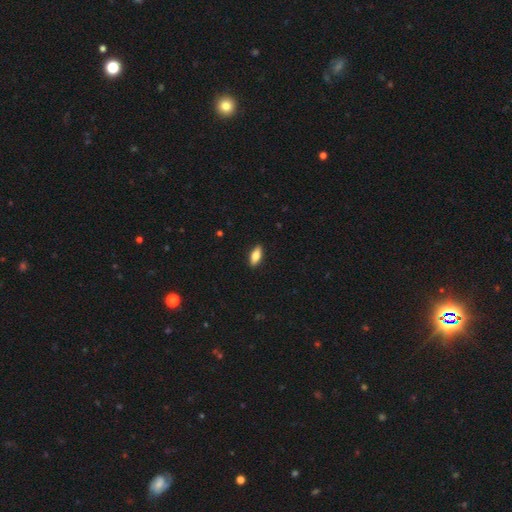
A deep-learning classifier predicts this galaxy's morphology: Q: Smooth or featured?
A: smooth (75%); runner-up: featured or disk (18%)
Q: How rounded?
A: in between (74%); runner-up: cigar-shaped (23%)
Q: Merging?
A: none (90%); runner-up: minor disturbance (7%)